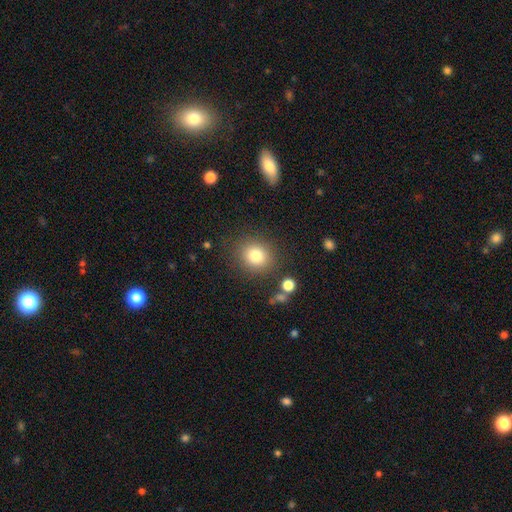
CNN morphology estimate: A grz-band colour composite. It shows a smooth galaxy with no disk features (80%) that is round (78%). Merging: none (84%).